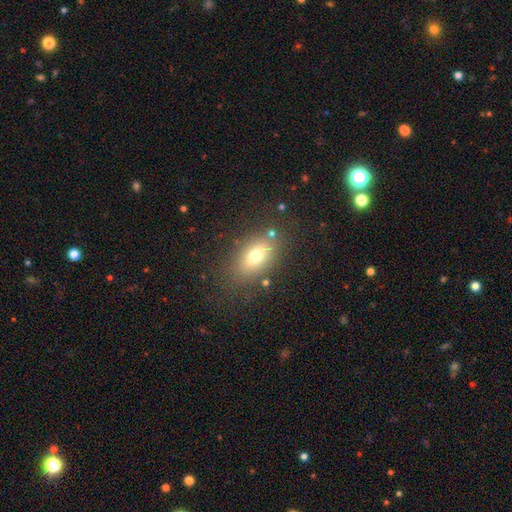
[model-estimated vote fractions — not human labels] smooth_or_featured: smooth (p=0.69) [alt: featured or disk p=0.19]
how_rounded: in between (p=0.83) [alt: round p=0.11]
merging: none (p=0.77) [alt: minor disturbance p=0.13]